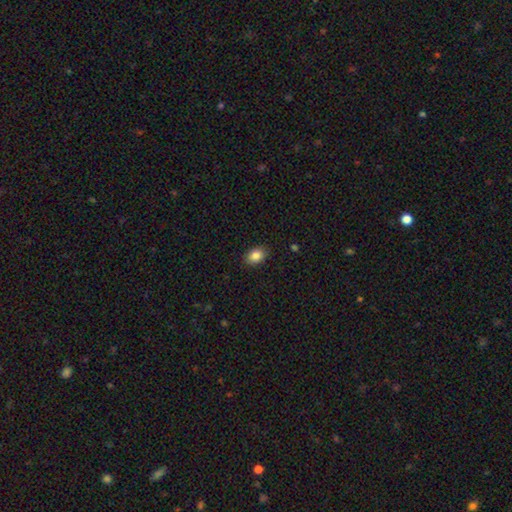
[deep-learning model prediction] Smooth or featured? Predicted: smooth (p=0.84). How rounded? Predicted: in between (p=0.78). Merging? Predicted: none (p=0.88).